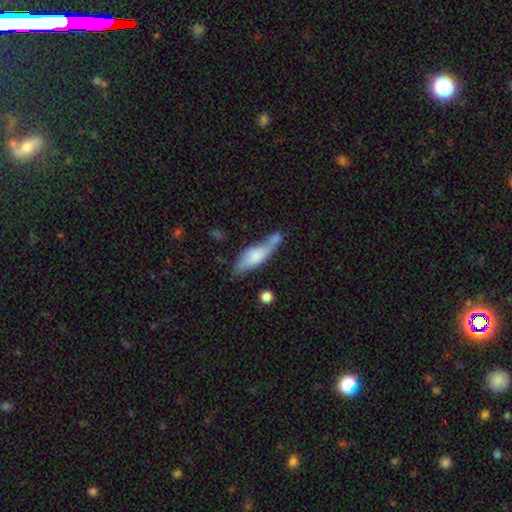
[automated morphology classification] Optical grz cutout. It shows a smooth galaxy with no disk features (60%) that is cigar-shaped (52%). Merging: none (36%).